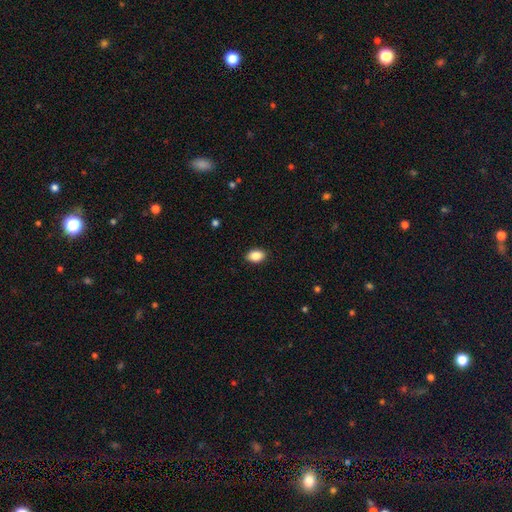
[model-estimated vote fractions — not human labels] Smooth or featured: smooth — 88% (star or artifact — 8%)
How rounded: in between — 84% (round — 14%)
Merging: none — 90% (minor disturbance — 8%)